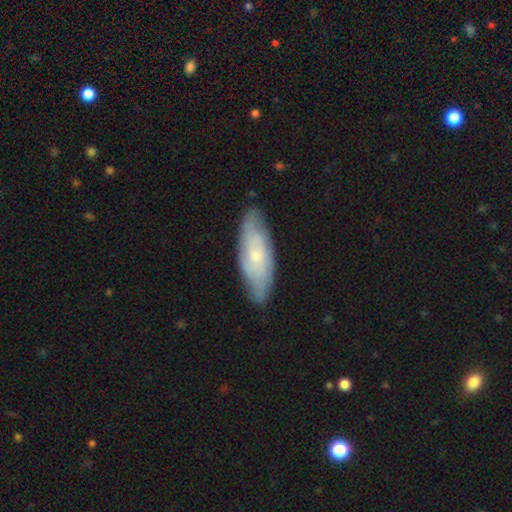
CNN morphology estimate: Q: Smooth or featured?
A: featured or disk (54%); runner-up: smooth (40%)
Q: Edge-on disk?
A: no (79%); runner-up: yes (21%)
Q: Merging?
A: none (78%); runner-up: minor disturbance (18%)